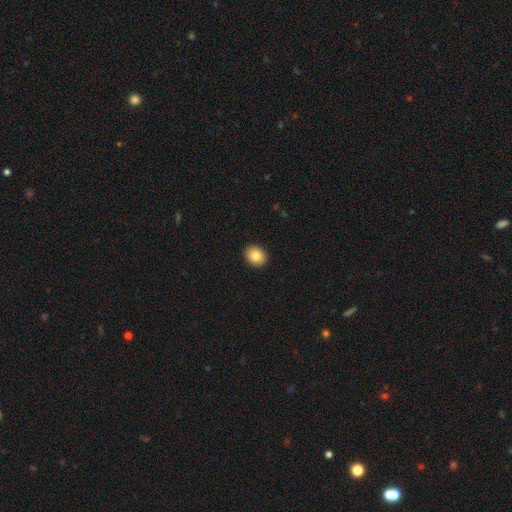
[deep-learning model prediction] Smooth or featured?
  - smooth: 82% *
  - featured or disk: 9%
  - star or artifact: 9%
How rounded?
  - round: 56% *
  - in between: 44%
  - cigar-shaped: 1%
Merging?
  - none: 92% *
  - minor disturbance: 6%
  - major disturbance: 2%
  - merger: 1%